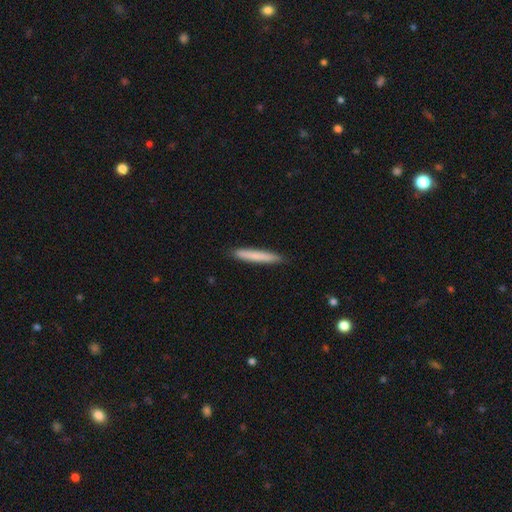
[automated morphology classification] This is likely a smooth galaxy (79%). How rounded: clearly cigar-shaped (95%). Merging: clearly none (90%).